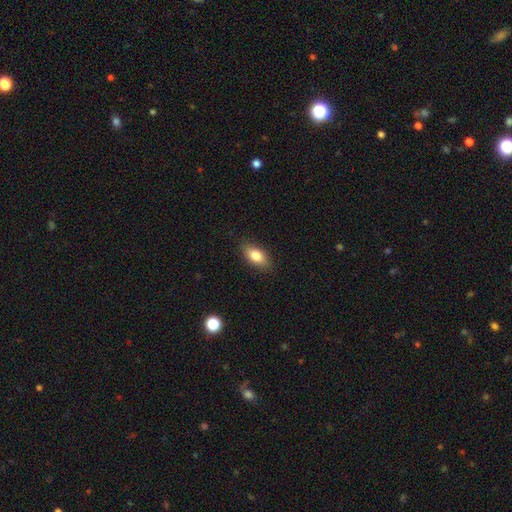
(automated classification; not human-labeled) smooth 81%, featured or disk 12%, star or artifact 8%. Down the decision tree: how rounded — in between (88%); merging — none (87%).